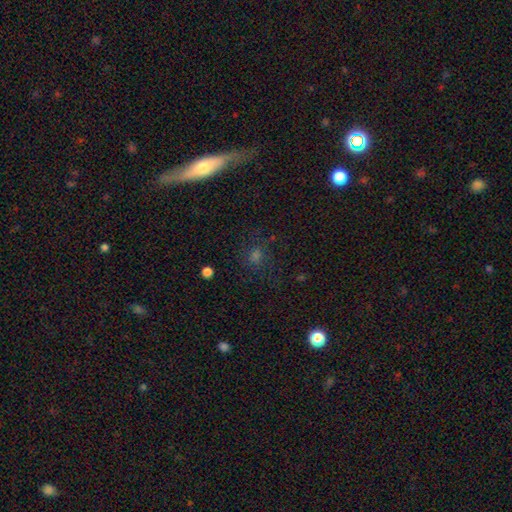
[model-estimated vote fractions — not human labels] Morphology: type=smooth (51%); roundness=round (62%); merging=none (76%).